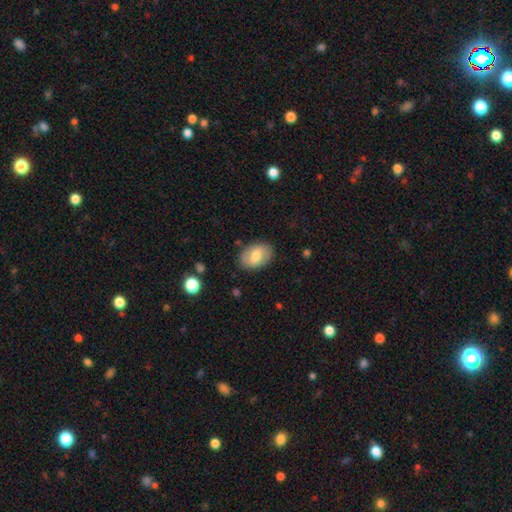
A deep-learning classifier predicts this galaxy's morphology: smooth_or_featured: smooth (p=0.66) [alt: featured or disk p=0.27]
how_rounded: in between (p=0.83) [alt: round p=0.16]
merging: none (p=0.85) [alt: minor disturbance p=0.11]